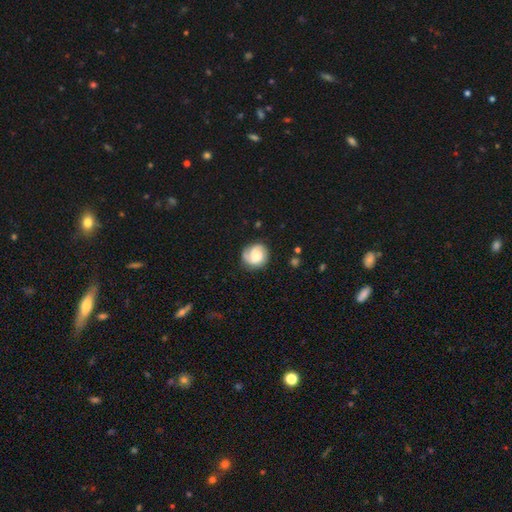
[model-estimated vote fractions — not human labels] Morphology: type=featured or disk (52%); edge-on=no (98%); bar=no (66%); spiral arms=yes (92%); bulge=moderate (39%); merging=none (75%).